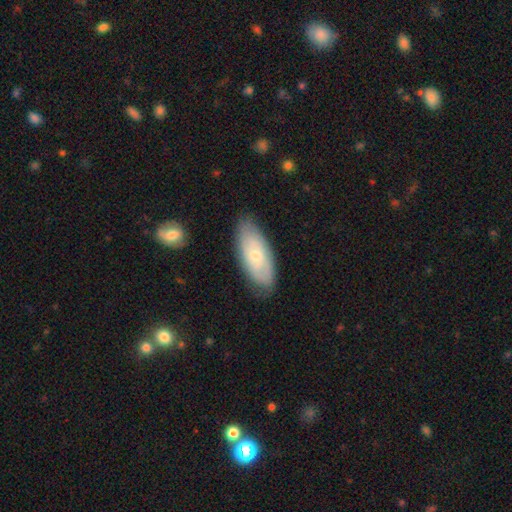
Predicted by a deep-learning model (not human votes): Morphology: type=smooth (53%); roundness=in between (84%); merging=none (80%).